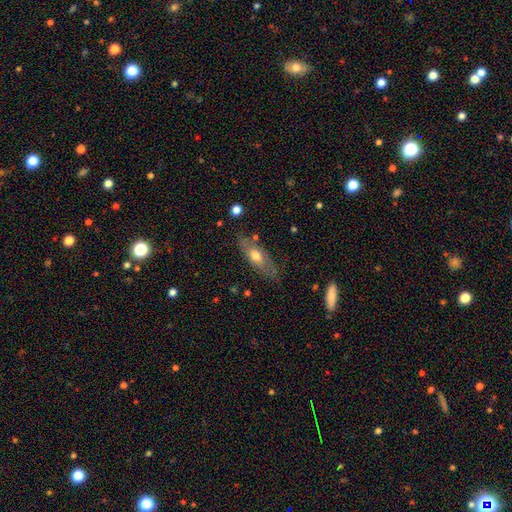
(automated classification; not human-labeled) A smooth galaxy with no disk features (55%) that is in between round and cigar-shaped (65%). Merging: none (72%).